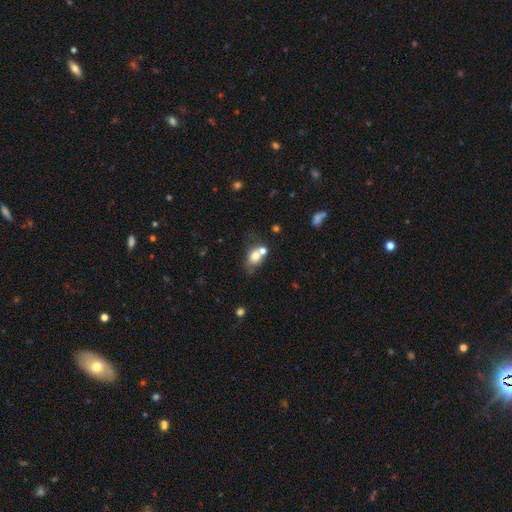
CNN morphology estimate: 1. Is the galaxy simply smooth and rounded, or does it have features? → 71% smooth, 18% featured or disk, 11% star or artifact.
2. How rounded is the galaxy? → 57% in between, 42% round, 2% cigar-shaped.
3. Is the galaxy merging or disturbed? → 46% merger, 34% none, 13% minor disturbance, 7% major disturbance.